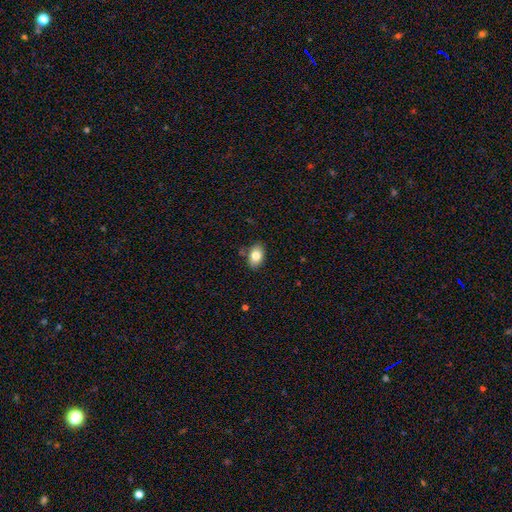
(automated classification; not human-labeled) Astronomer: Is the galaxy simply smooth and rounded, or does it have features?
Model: smooth — 81%.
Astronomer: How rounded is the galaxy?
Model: in between — 83%.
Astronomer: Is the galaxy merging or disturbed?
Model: none — 81%.